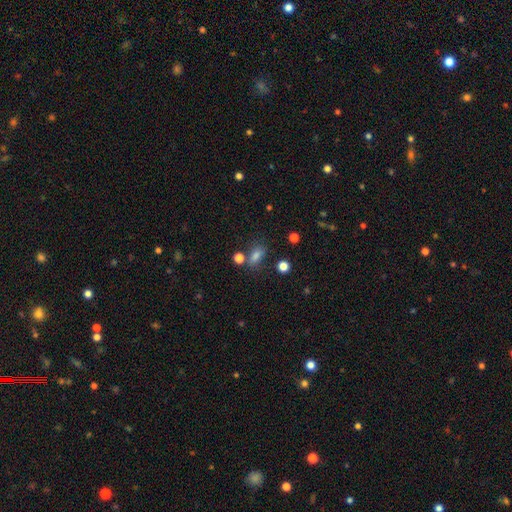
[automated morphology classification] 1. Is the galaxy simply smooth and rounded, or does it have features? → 75% smooth, 16% star or artifact, 8% featured or disk.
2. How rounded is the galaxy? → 76% in between, 16% round, 8% cigar-shaped.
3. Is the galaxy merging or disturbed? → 63% none, 16% minor disturbance, 14% merger, 7% major disturbance.